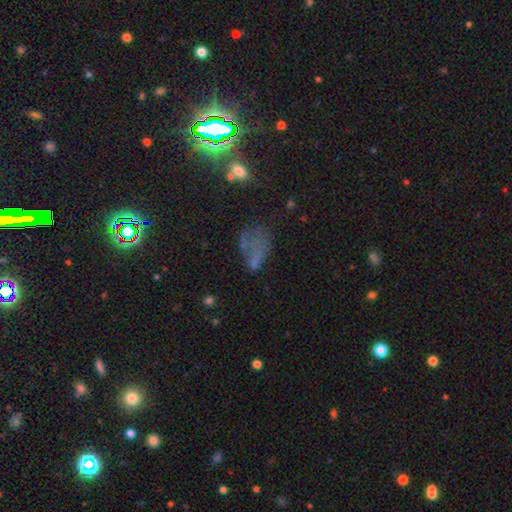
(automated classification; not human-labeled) A smooth galaxy with no disk features (50%).

Vote fractions:
- Smooth or featured? smooth: 50% / featured or disk: 27% / star or artifact: 24%
- Merging? major disturbance: 37% / none: 31% / minor disturbance: 19% / merger: 13%